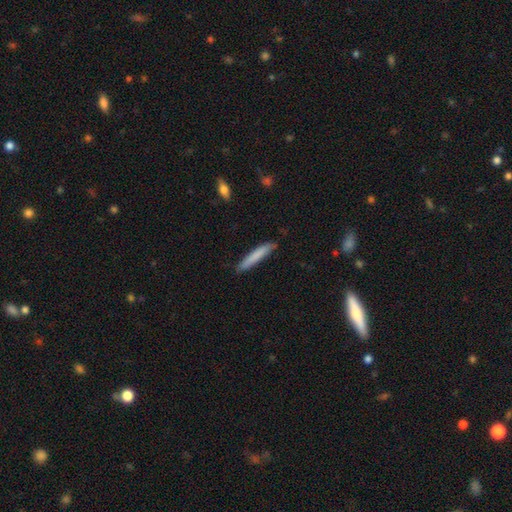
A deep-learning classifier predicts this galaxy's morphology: Smooth or featured? smooth (78%)
How rounded? cigar-shaped (94%)
Merging? none (85%)